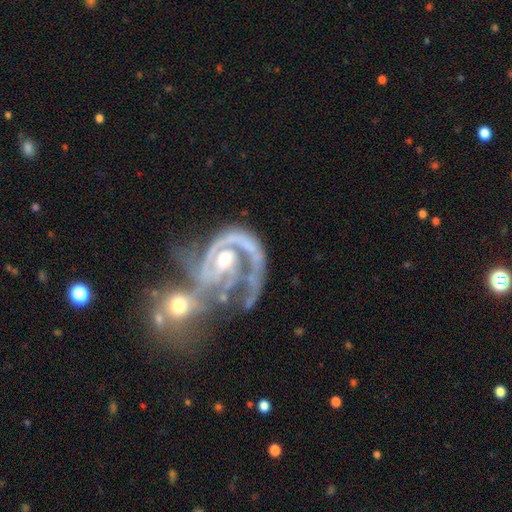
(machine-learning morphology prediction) The model was most divided on "merging": major disturbance: 30%, merger: 29%, none: 24%, minor disturbance: 17%. Remaining: edge-on disk — no (98%); spiral arms — yes (90%); smooth or featured — featured or disk (86%); bulge size — moderate (70%); bar — no (58%); spiral winding — tight (46%); spiral arm count — 2 (32%).